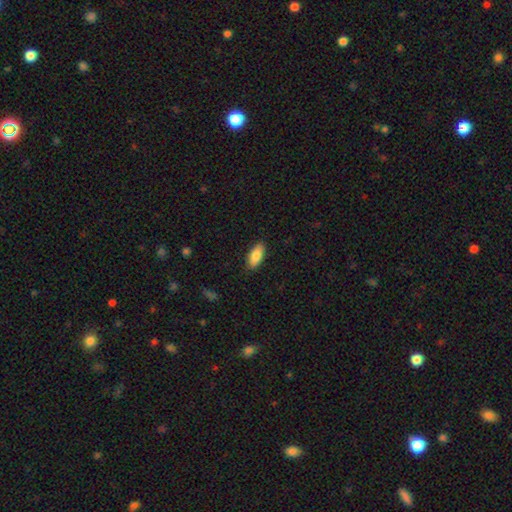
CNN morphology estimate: A smooth galaxy with no disk features (87%) that is in between round and cigar-shaped (83%).

Vote fractions:
- Smooth or featured? smooth: 87% / featured or disk: 7% / star or artifact: 6%
- How rounded? in between: 83% / cigar-shaped: 16% / round: 2%
- Merging? none: 88% / minor disturbance: 9% / major disturbance: 2% / merger: 1%